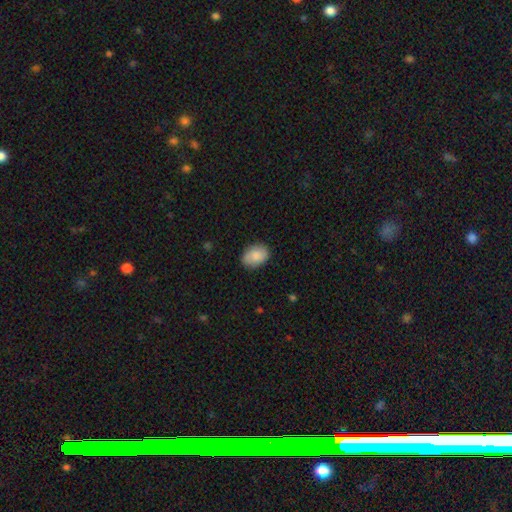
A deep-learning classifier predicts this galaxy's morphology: smooth 83%, featured or disk 10%, star or artifact 7%. Down the decision tree: how rounded — in between (73%); merging — none (80%).